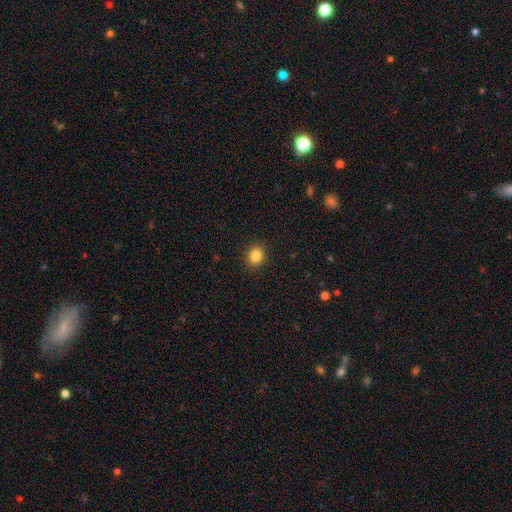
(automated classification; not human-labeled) Overall: smooth (85%). How rounded: round (64%; in between 35%). Merging: none (90%).